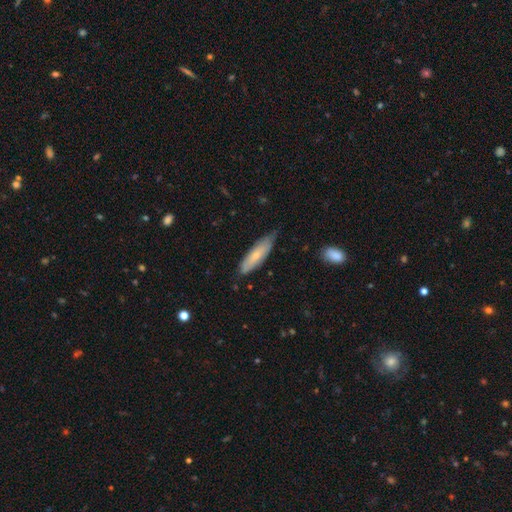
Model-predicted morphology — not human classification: Q: Smooth or featured?
A: smooth (68%); runner-up: featured or disk (27%)
Q: How rounded?
A: cigar-shaped (61%); runner-up: in between (38%)
Q: Merging?
A: none (67%); runner-up: minor disturbance (28%)